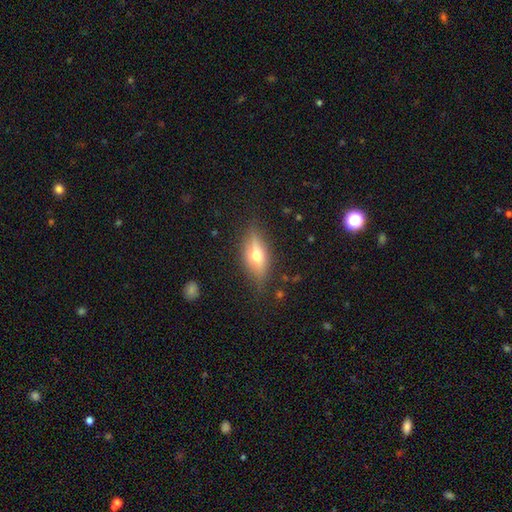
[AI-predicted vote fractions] smooth_or_featured: smooth (p=0.49) [alt: featured or disk p=0.42]
merging: none (p=0.80) [alt: minor disturbance p=0.14]